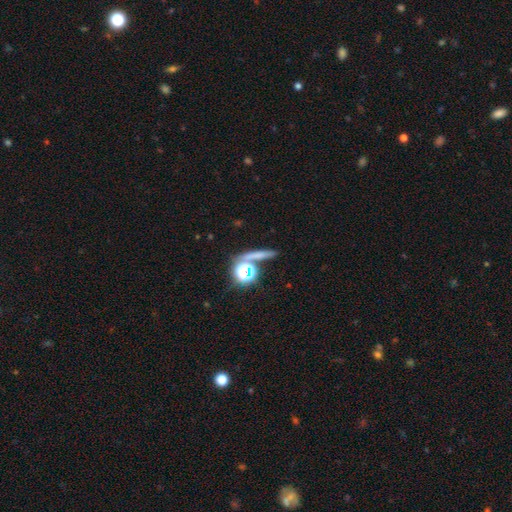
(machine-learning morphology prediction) type=smooth (53%); roundness=cigar-shaped (55%); merging=none (73%).